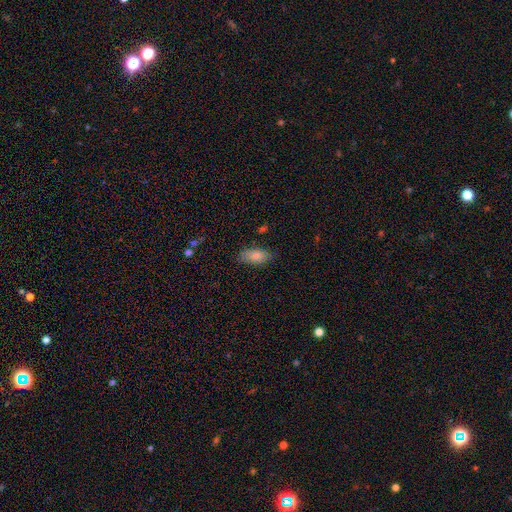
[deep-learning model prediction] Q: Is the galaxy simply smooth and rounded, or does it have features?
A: smooth — 84%.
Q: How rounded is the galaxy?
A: in between — 90%.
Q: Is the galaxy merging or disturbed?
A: none — 78%.